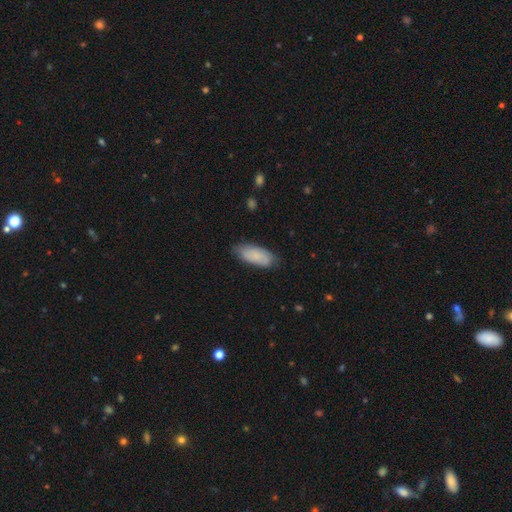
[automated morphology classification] smooth-or-featured: smooth: 79% | featured or disk: 14% | star or artifact: 6%
  how-rounded: in between: 83% | cigar-shaped: 15% | round: 2%
  merging: none: 77% | minor disturbance: 19% | major disturbance: 3% | merger: 1%